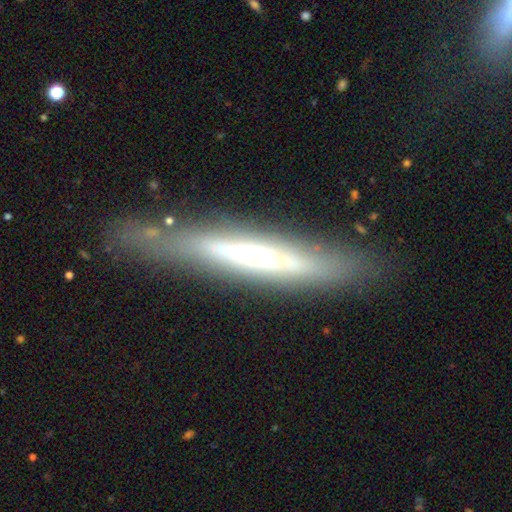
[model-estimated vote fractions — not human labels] A featured or disk galaxy (61%) viewed edge-on (86%) with no central bulge (44%).

Vote fractions:
- Smooth or featured? featured or disk: 61% / smooth: 30% / star or artifact: 8%
- Edge-on disk? yes: 86% / no: 14%
- Edge-on bulge? none: 44% / rounded: 35% / boxy: 20%
- Merging? none: 79% / minor disturbance: 14% / major disturbance: 5% / merger: 2%